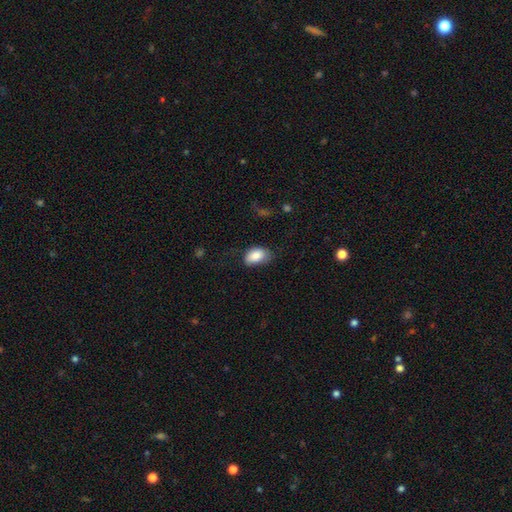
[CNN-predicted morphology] This is clearly a smooth galaxy (85%). How rounded: clearly in between (90%). Merging: possibly none (59%).